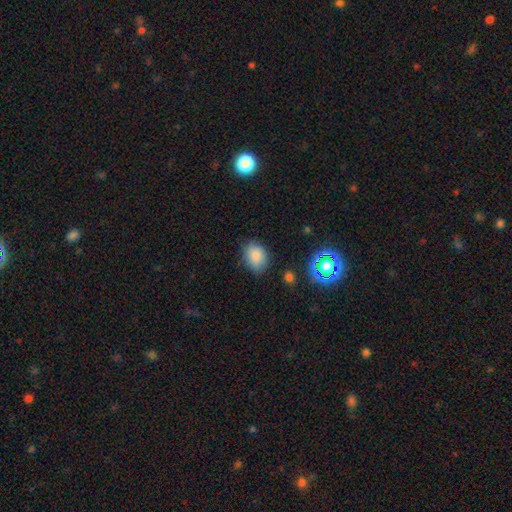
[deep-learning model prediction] Smooth or featured? smooth (81%)
How rounded? in between (65%)
Merging? none (77%)